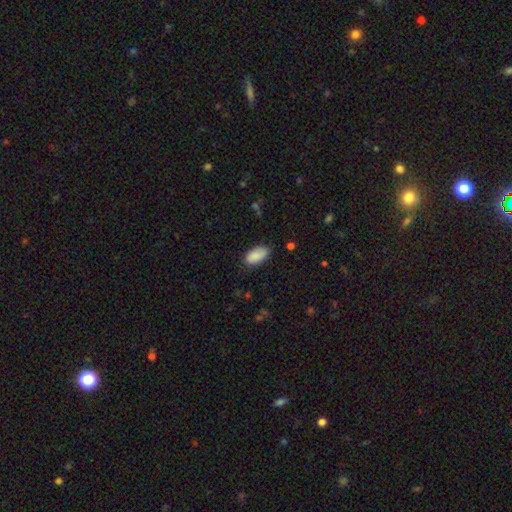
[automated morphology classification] Q: Smooth or featured?
A: smooth (89%); runner-up: star or artifact (7%)
Q: How rounded?
A: in between (94%); runner-up: cigar-shaped (3%)
Q: Merging?
A: none (78%); runner-up: minor disturbance (18%)